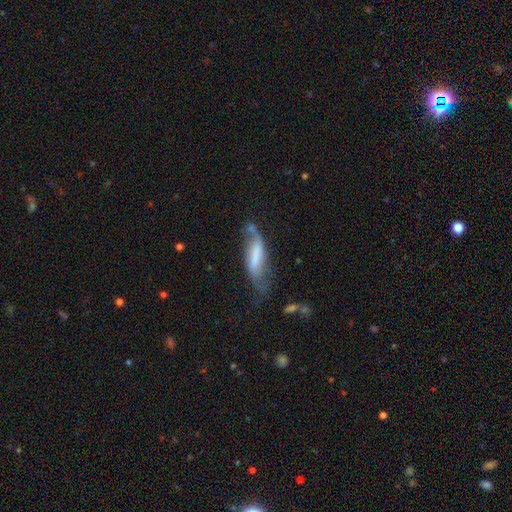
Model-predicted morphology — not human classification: This is possibly a featured or disk galaxy (54%). It is likely not viewed edge-on (74%). Merging: marginally none (35%).